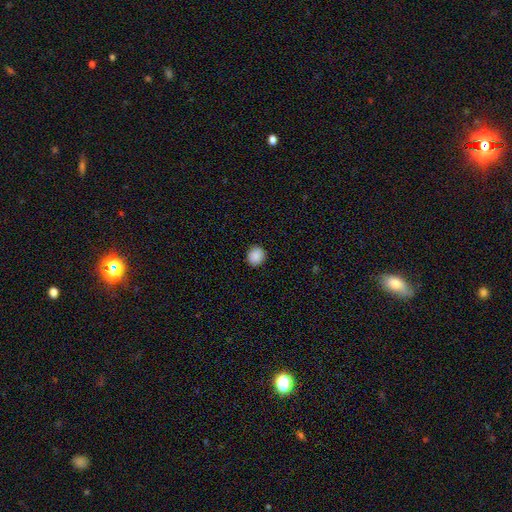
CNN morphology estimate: smooth 89%, star or artifact 8%, featured or disk 3%. Down the decision tree: how rounded — round (79%); merging — none (90%).